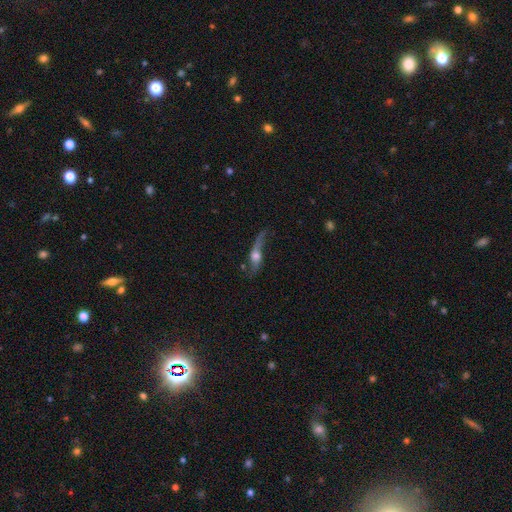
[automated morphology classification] The model was most divided on "edge-on disk": no: 57%, yes: 43%. More confident: smooth or featured — featured or disk (72%); merging — none (54%).